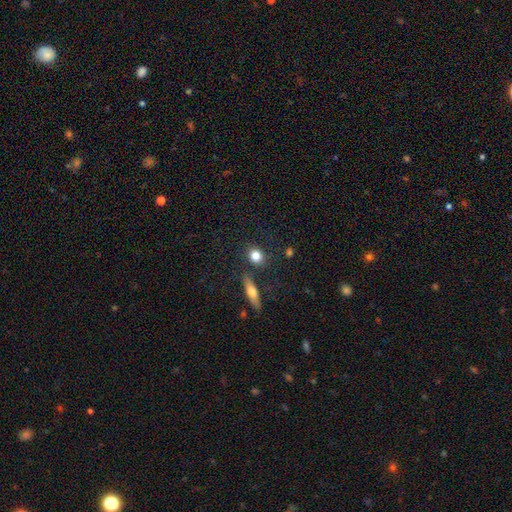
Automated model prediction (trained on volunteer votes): smooth_or_featured: smooth (p=0.81) [alt: star or artifact p=0.09]
how_rounded: round (p=0.72) [alt: in between p=0.25]
merging: none (p=0.82) [alt: minor disturbance p=0.09]